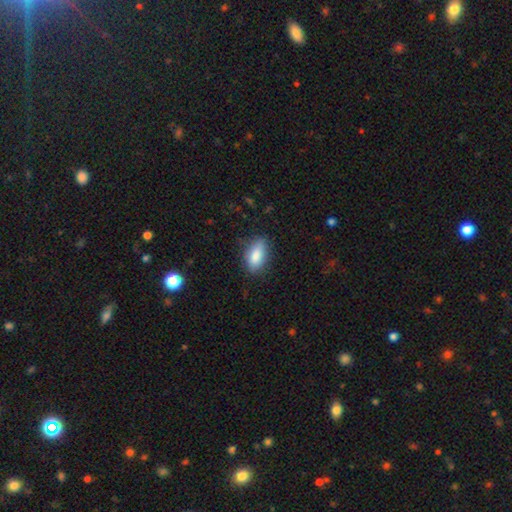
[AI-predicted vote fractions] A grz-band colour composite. It shows a smooth galaxy with no disk features (85%) that is in between round and cigar-shaped (89%). Merging: none (79%).